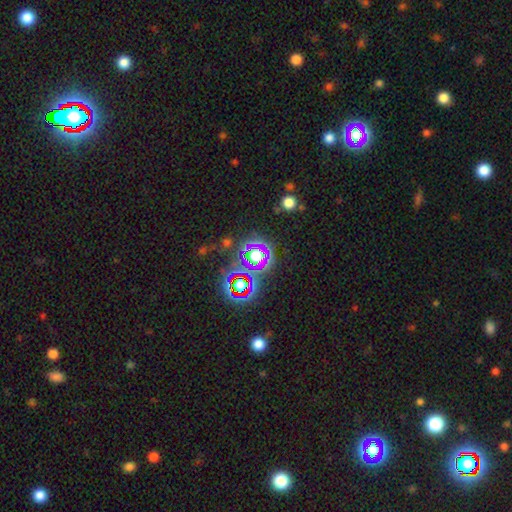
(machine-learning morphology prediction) This is likely a star or artifact rather than a galaxy (67%).